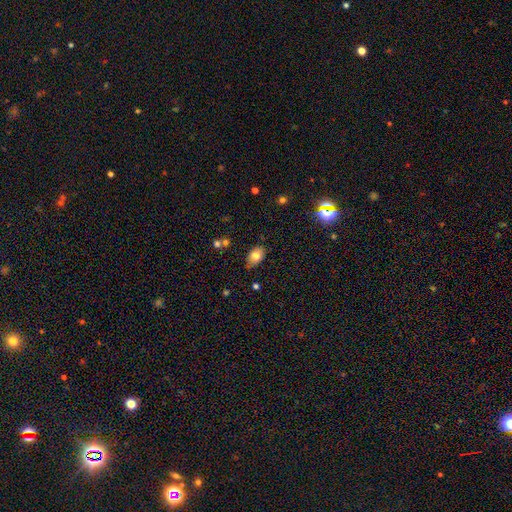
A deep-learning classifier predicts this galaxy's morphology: Smooth or featured?
  - smooth: 77% *
  - featured or disk: 14%
  - star or artifact: 9%
How rounded?
  - in between: 86% *
  - round: 13%
  - cigar-shaped: 2%
Merging?
  - none: 77% *
  - minor disturbance: 18%
  - major disturbance: 3%
  - merger: 2%